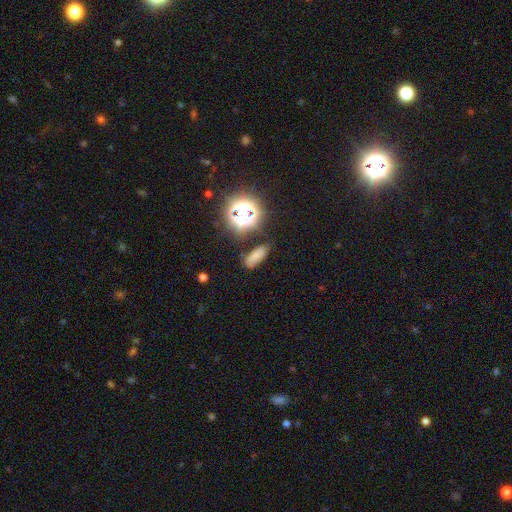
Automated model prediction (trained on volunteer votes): This is likely a smooth galaxy (69%). How rounded: likely in between (69%). Merging: likely none (76%).